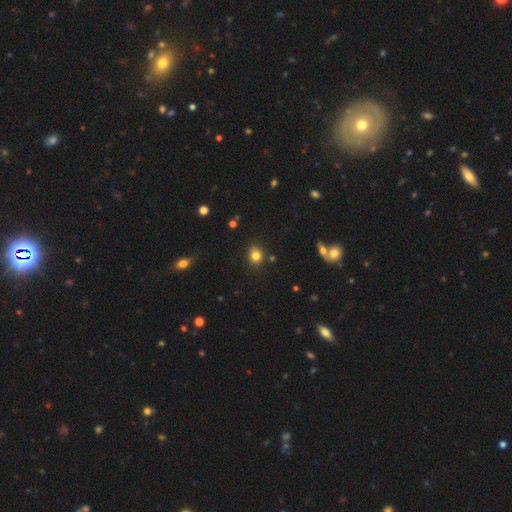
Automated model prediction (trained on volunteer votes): This is clearly a smooth galaxy (81%). How rounded: likely round (64%). Merging: clearly none (84%).